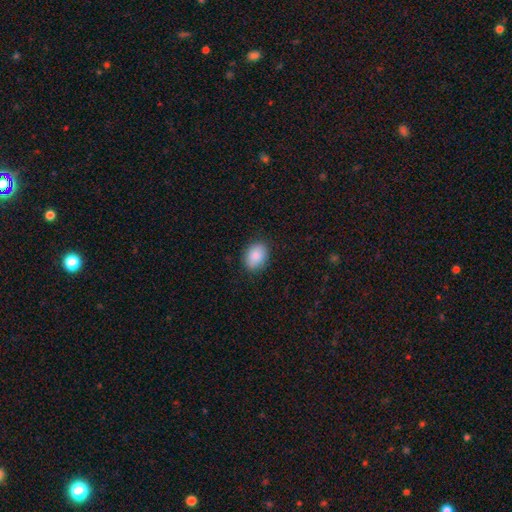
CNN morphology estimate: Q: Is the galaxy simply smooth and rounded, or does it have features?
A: smooth — 88%.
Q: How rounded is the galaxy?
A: in between — 74%.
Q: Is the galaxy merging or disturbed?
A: none — 86%.